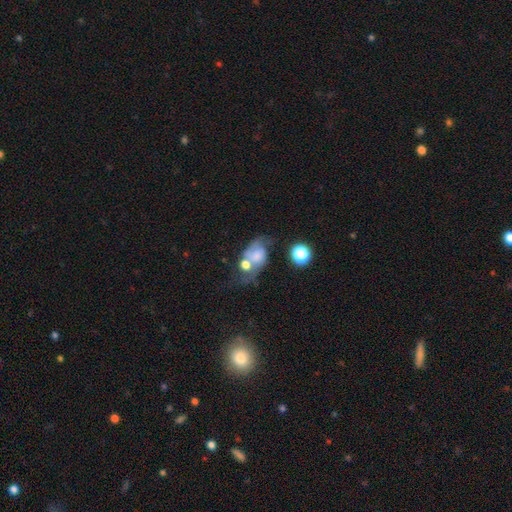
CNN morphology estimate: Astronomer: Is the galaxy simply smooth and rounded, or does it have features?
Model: smooth — 47% (runner-up: featured or disk, 41%).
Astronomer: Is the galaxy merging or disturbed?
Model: merger — 31% (runner-up: major disturbance, 27%).